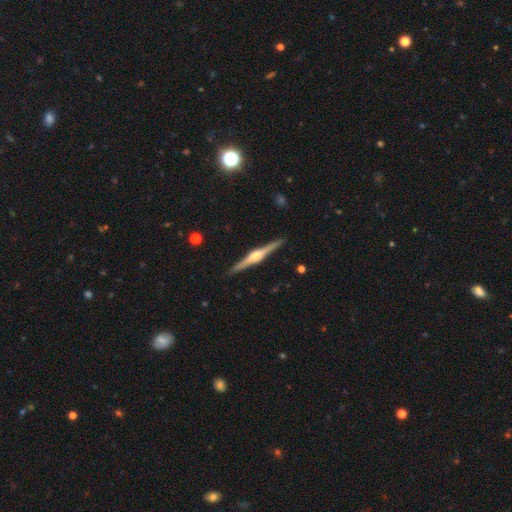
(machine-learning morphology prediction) A featured or disk galaxy (84%) viewed edge-on (99%) with a rounded central bulge (89%). Merging: none (92%).